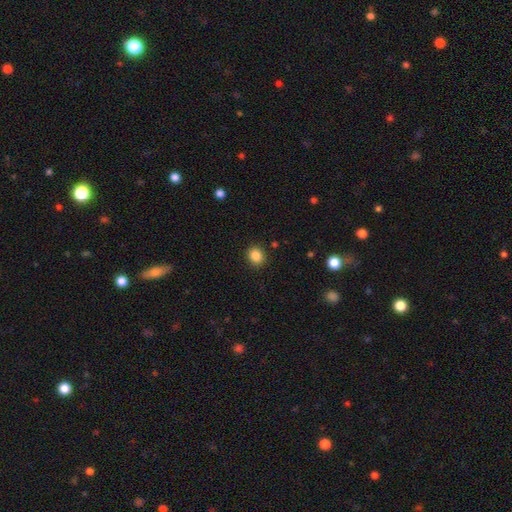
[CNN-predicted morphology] Smooth or featured: smooth — 85% (star or artifact — 11%)
How rounded: round — 77% (in between — 22%)
Merging: none — 90% (minor disturbance — 7%)